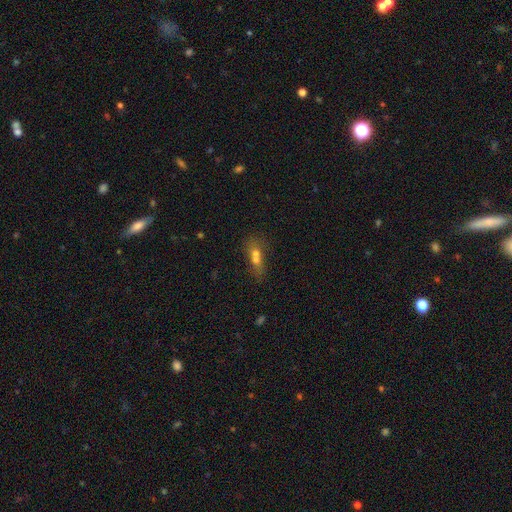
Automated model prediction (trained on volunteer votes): The model was most divided on "merging": merger: 49%, none: 33%, minor disturbance: 11%, major disturbance: 7%. More confident: smooth or featured — smooth (58%); how rounded — in between (58%).